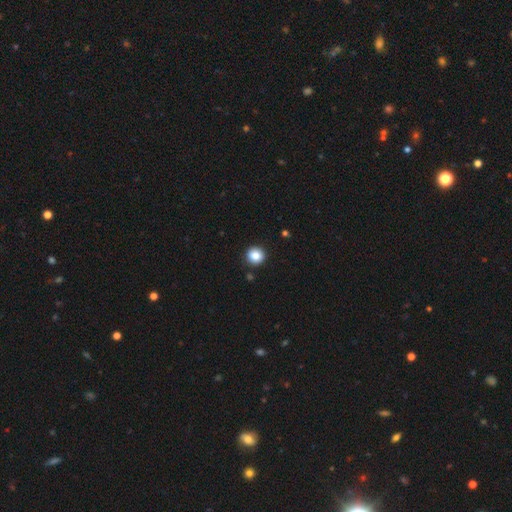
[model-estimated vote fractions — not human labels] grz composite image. It shows a smooth galaxy with no disk features (85%) that is round (91%). Merging: none (91%).